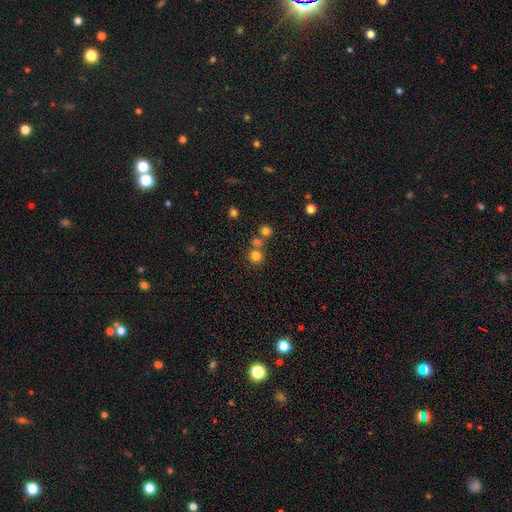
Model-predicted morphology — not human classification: type=smooth (77%); roundness=round (91%); merging=none (65%).